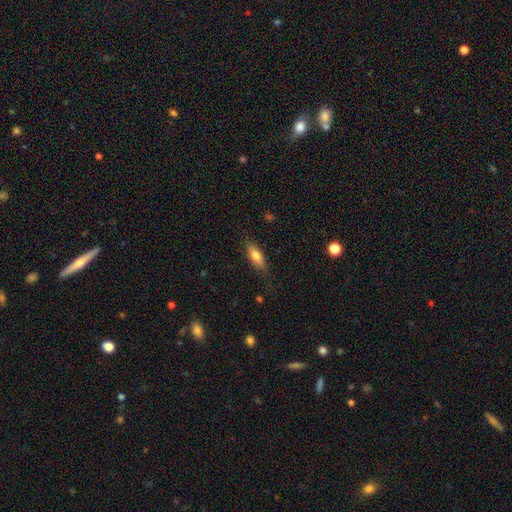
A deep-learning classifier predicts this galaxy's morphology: This appears to be a smooth galaxy with no disk features (74%) that is in between round and cigar-shaped (59%). Merging: none (79%).